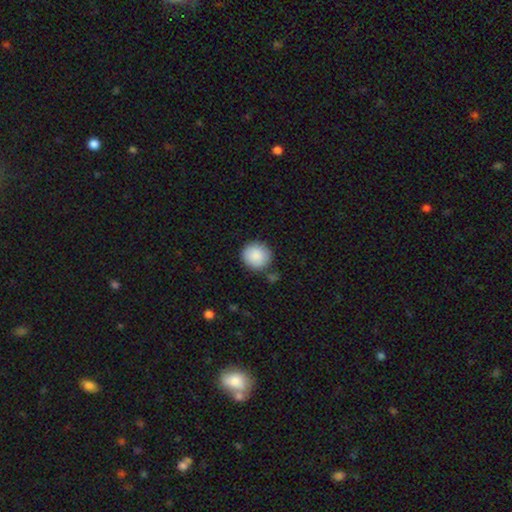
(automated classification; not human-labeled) This is clearly a smooth galaxy (89%). How rounded: clearly round (93%). Merging: clearly none (84%).